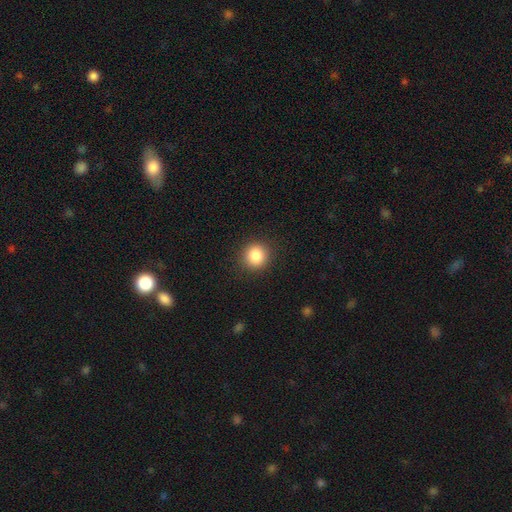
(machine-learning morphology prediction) A smooth galaxy with no disk features (86%) that is round (92%). Merging: none (91%).